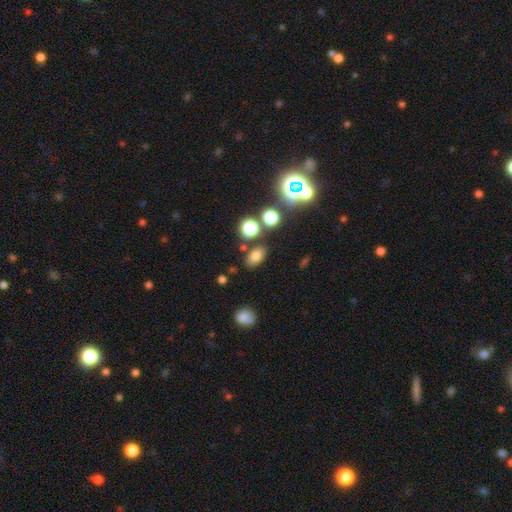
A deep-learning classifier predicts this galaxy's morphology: A smooth galaxy with no disk features (73%) that is in between round and cigar-shaped (82%). Merging: none (78%).